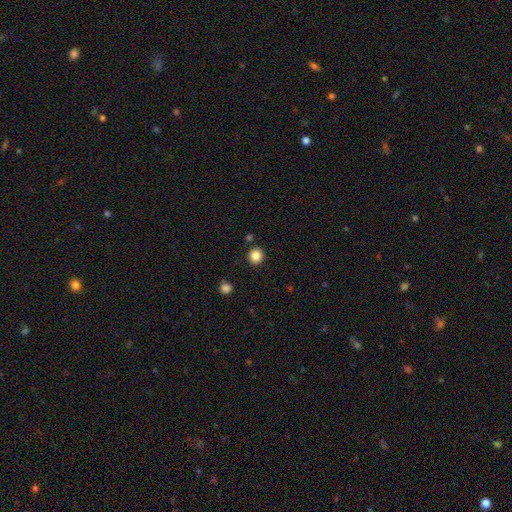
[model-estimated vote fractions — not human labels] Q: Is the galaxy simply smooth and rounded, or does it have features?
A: smooth — 85%.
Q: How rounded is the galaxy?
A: round — 88%.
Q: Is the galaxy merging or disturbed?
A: none — 89%.